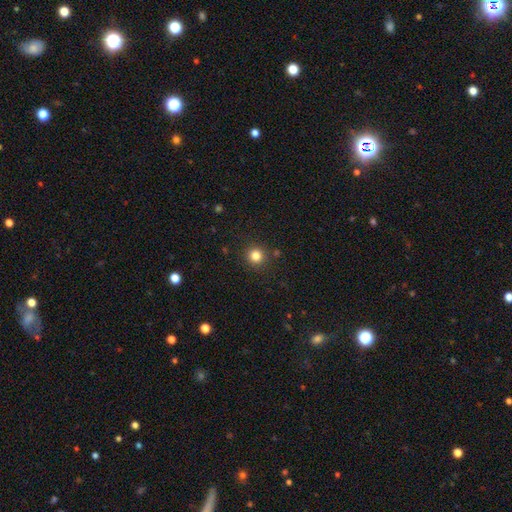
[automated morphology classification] type=smooth (82%); roundness=round (93%); merging=none (89%).